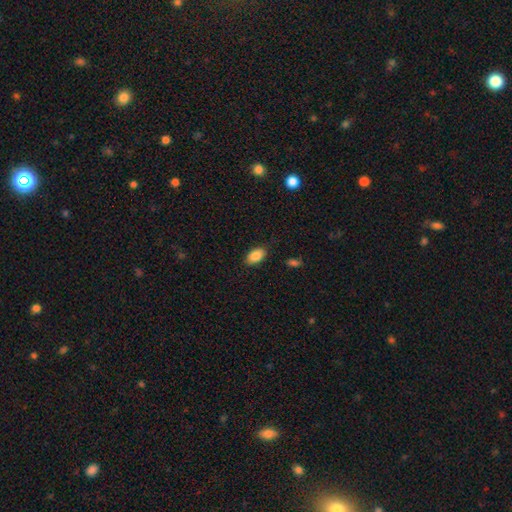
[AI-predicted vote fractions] Smooth or featured? Predicted: smooth (p=0.86). How rounded? Predicted: in between (p=0.92). Merging? Predicted: none (p=0.85).